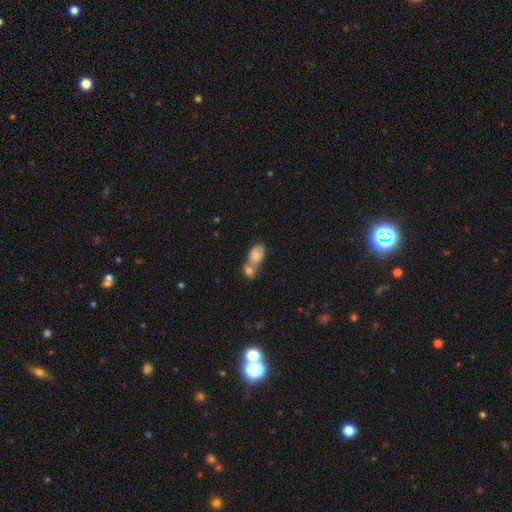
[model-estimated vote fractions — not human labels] smooth 81%, featured or disk 12%, star or artifact 8%. Down the decision tree: how rounded — in between (87%); merging — merger (69%).